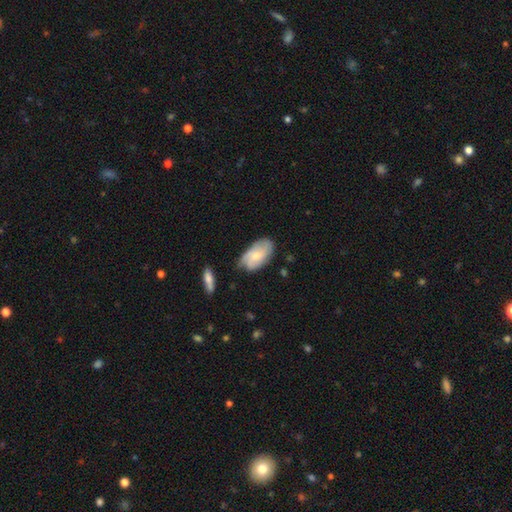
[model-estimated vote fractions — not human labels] This is possibly a smooth galaxy (50%). How rounded: clearly in between (93%). Merging: likely none (64%).